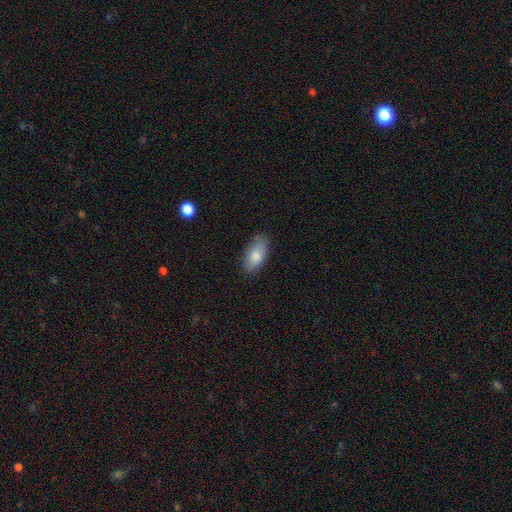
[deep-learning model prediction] Smooth or featured? smooth (82%)
How rounded? in between (90%)
Merging? none (79%)